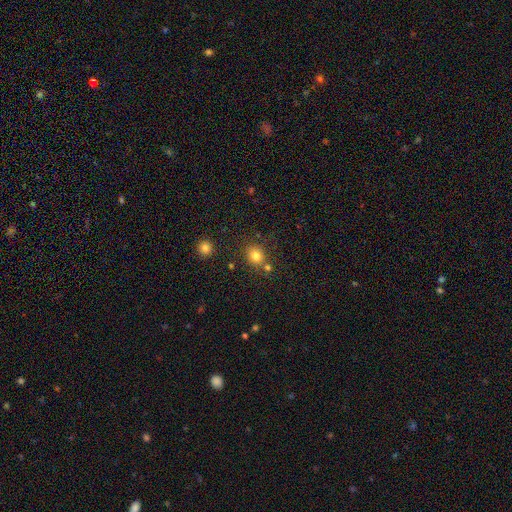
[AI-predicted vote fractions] The model was most divided on "how rounded": round: 72%, in between: 27%, cigar-shaped: 1%. More confident: smooth or featured — smooth (81%); merging — none (73%).